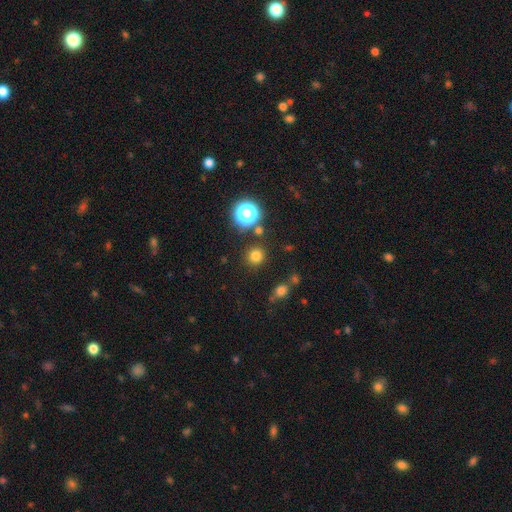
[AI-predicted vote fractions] Smooth or featured? smooth (75%)
How rounded? round (93%)
Merging? none (87%)